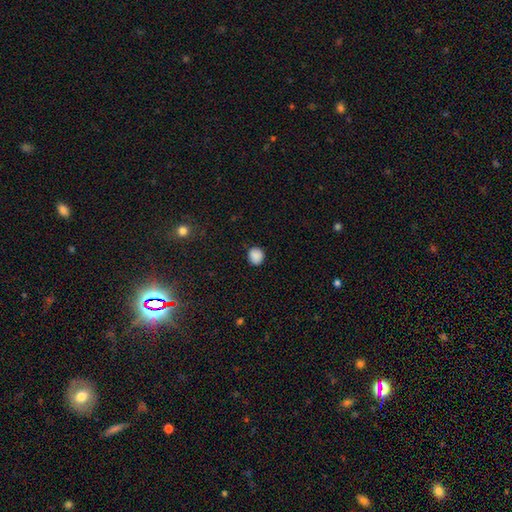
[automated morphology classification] Overall: smooth (88%). How rounded: round (82%). Merging: none (87%).